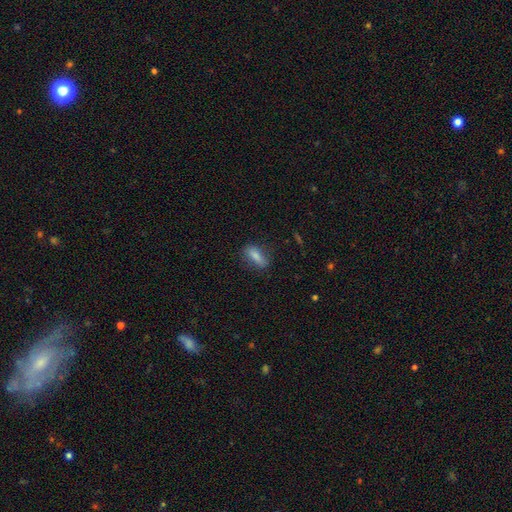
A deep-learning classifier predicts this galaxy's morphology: Q: Smooth or featured?
A: smooth (78%); runner-up: featured or disk (14%)
Q: How rounded?
A: in between (64%); runner-up: cigar-shaped (33%)
Q: Merging?
A: none (74%); runner-up: minor disturbance (19%)